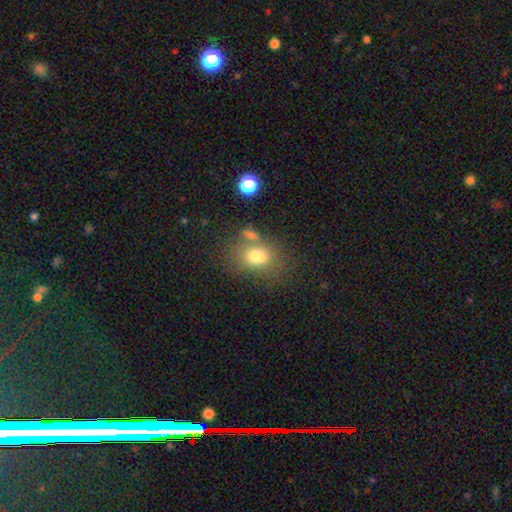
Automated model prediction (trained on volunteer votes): The model was most divided on "merging": none: 52%, merger: 20%, minor disturbance: 18%, major disturbance: 10%. More confident: smooth or featured — smooth (73%); how rounded — in between (69%).